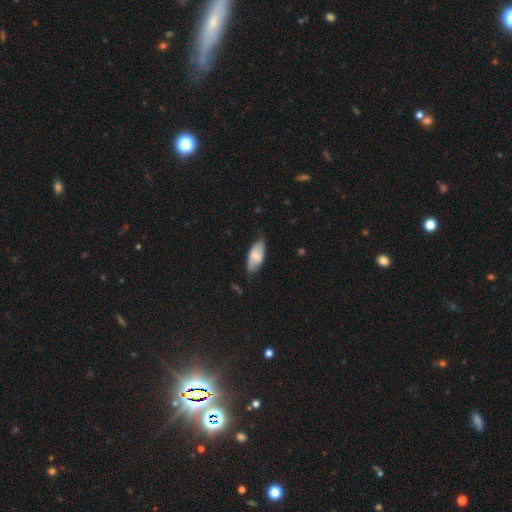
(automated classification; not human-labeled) The model was most divided on "smooth or featured": smooth: 59%, featured or disk: 34%, star or artifact: 7%. More confident: how rounded — in between (87%); merging — none (62%).